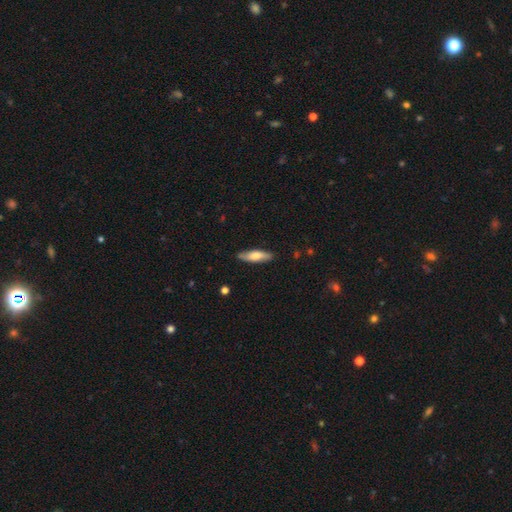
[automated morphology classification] Smooth or featured? Predicted: smooth (p=0.63). How rounded? Predicted: cigar-shaped (p=0.60). Merging? Predicted: none (p=0.85).